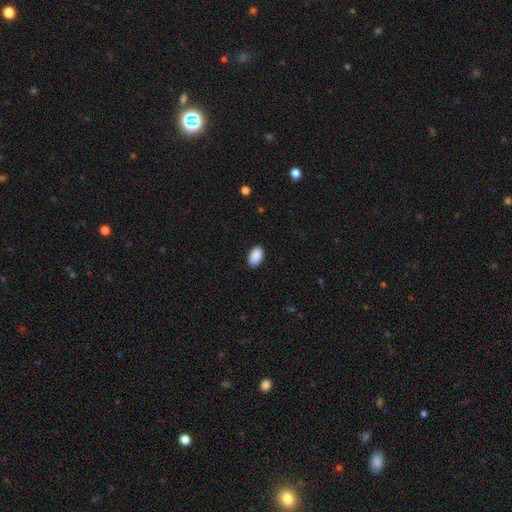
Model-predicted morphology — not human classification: Smooth or featured? smooth (91%)
How rounded? in between (92%)
Merging? none (89%)